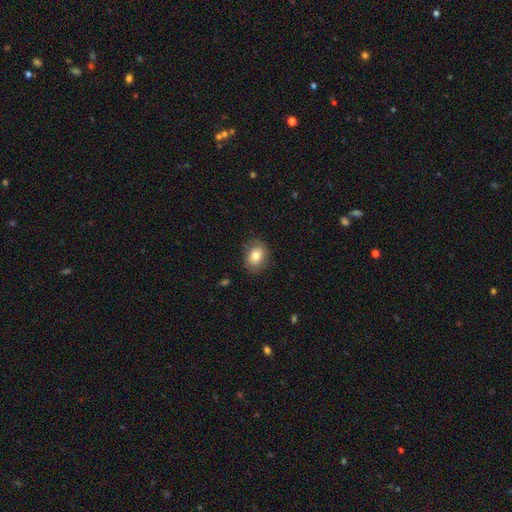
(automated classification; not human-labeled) Smooth or featured?
  - smooth: 81% *
  - featured or disk: 11%
  - star or artifact: 9%
How rounded?
  - in between: 65% *
  - round: 34%
  - cigar-shaped: 1%
Merging?
  - none: 84% *
  - minor disturbance: 12%
  - major disturbance: 3%
  - merger: 1%